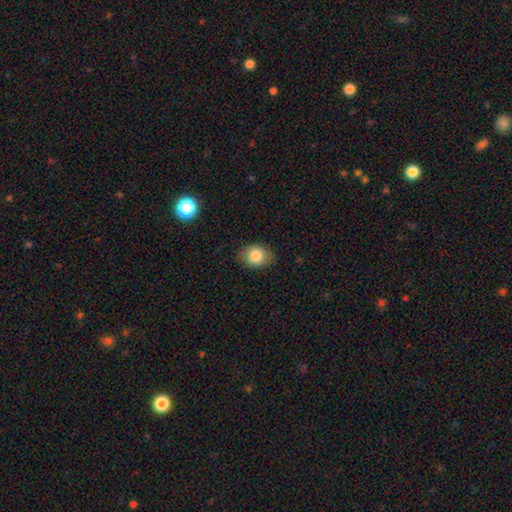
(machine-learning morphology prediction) smooth 82%, featured or disk 9%, star or artifact 8%. Down the decision tree: how rounded — in between (65%); merging — none (82%).